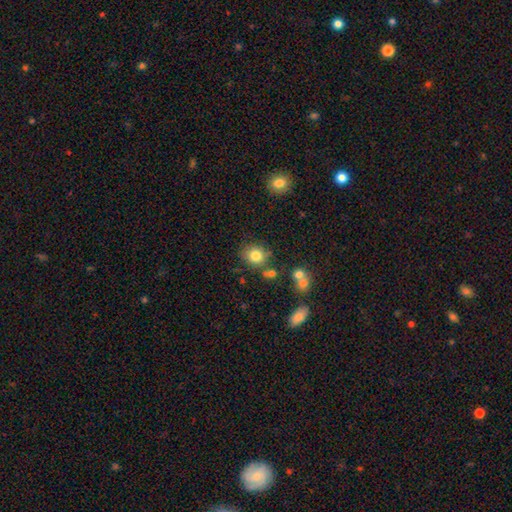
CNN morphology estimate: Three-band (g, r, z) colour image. It shows a smooth galaxy with no disk features (81%) that is round (79%). Merging: none (74%).